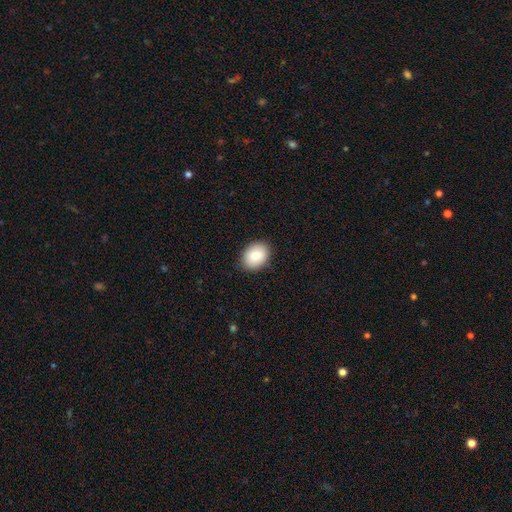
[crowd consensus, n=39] smooth_or_featured: smooth (p=0.92) [alt: star or artifact p=0.05]
how_rounded: in between (p=0.67) [alt: round p=0.33]
merging: none (p=0.86) [alt: minor disturbance p=0.08]